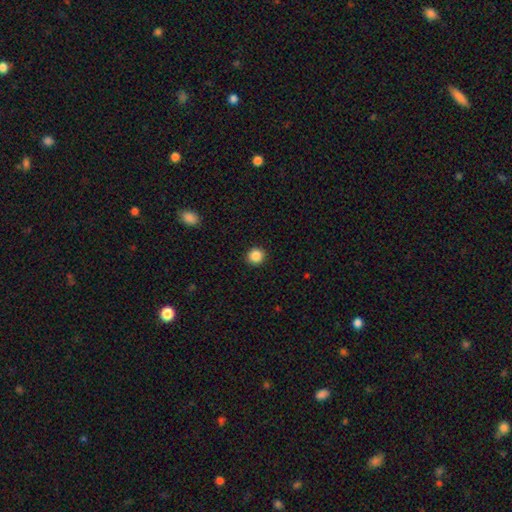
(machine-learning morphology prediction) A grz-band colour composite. It shows a smooth galaxy with no disk features (87%) that is round (94%). Merging: none (93%).